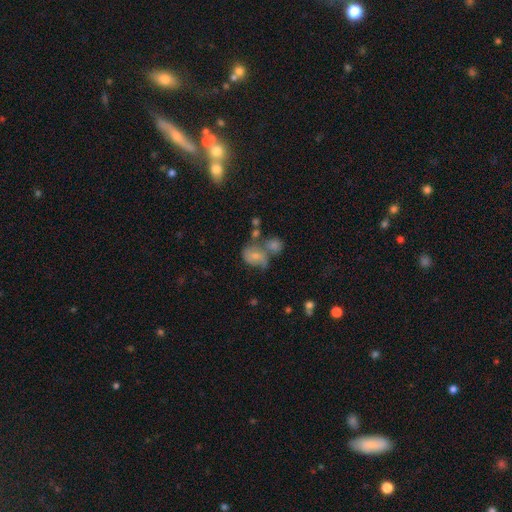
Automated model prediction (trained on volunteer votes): Smooth or featured? smooth (53%)
How rounded? in between (62%)
Merging? merger (35%)